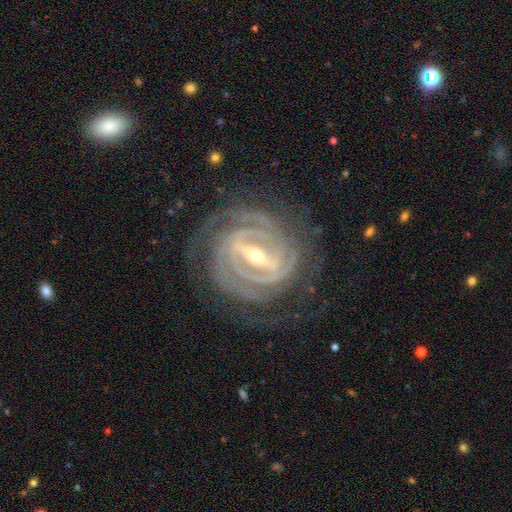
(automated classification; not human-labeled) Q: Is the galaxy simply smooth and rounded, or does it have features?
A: featured or disk — 94%.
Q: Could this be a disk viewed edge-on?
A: no — 95%.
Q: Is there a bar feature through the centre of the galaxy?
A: strong — 78%.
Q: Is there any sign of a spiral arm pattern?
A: yes — 98%.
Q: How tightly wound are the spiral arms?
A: tight — 84%.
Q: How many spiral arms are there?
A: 4 — 25%, tied with 3.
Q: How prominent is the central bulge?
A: small — 52%.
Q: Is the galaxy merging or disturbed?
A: none — 80%.